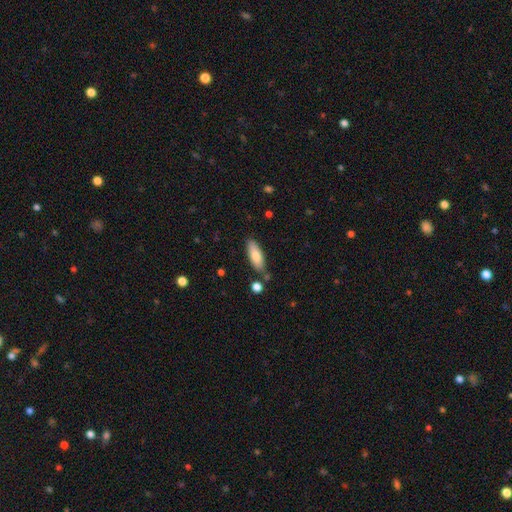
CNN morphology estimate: This is likely a smooth galaxy (79%). How rounded: likely in between (63%). Merging: likely none (77%).